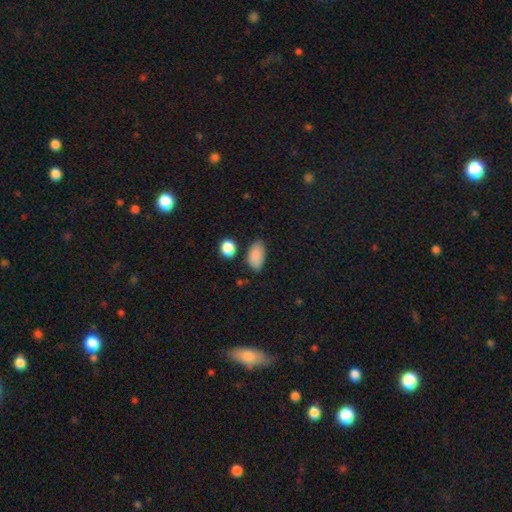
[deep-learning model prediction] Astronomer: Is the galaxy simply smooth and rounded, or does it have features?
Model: smooth — 87%.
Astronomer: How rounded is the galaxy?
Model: in between — 93%.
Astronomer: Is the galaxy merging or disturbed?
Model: none — 76%.